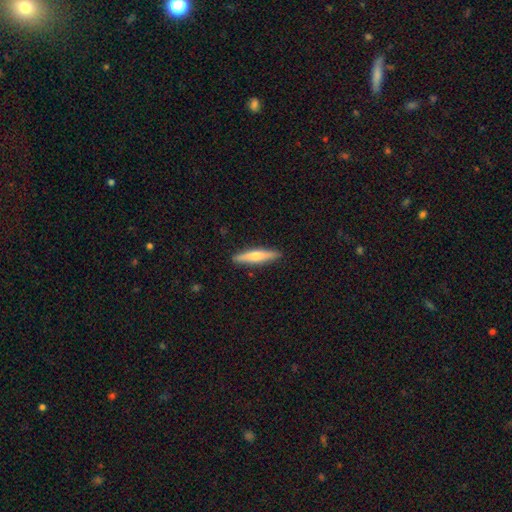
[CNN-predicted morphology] A smooth galaxy with no disk features (50%) that is cigar-shaped (88%).

Vote fractions:
- Smooth or featured? smooth: 50% / featured or disk: 44% / star or artifact: 5%
- How rounded? cigar-shaped: 88% / in between: 11% / round: 2%
- Merging? none: 91% / minor disturbance: 6% / major disturbance: 1% / merger: 1%